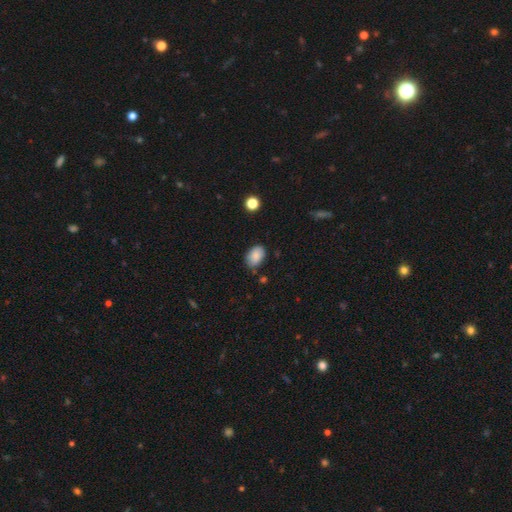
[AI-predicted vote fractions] Morphology: type=smooth (87%); roundness=in between (85%); merging=none (75%).